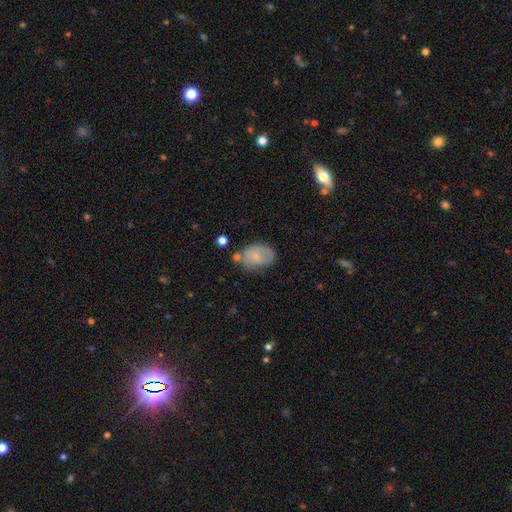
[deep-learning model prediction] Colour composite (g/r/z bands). It shows a smooth galaxy with no disk features (68%) that is in between round and cigar-shaped (82%). Merging: none (55%).